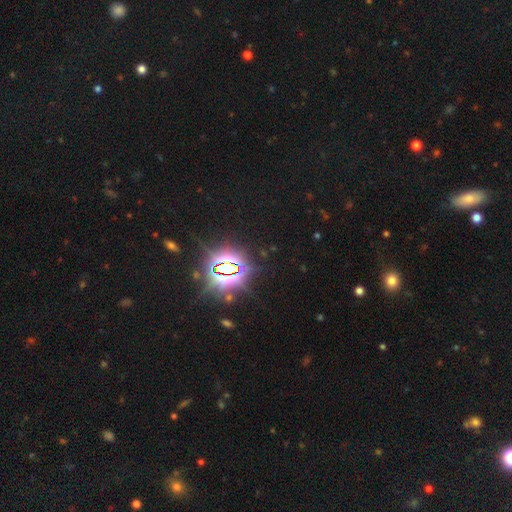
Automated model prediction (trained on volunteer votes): Smooth or featured: star or artifact — 83% (smooth — 10%)